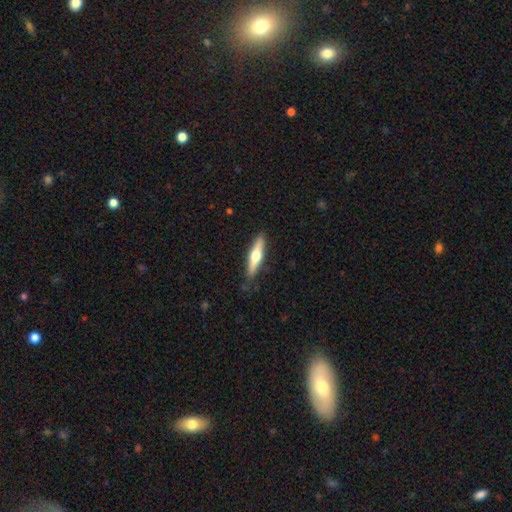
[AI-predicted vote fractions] smooth-or-featured: featured or disk: 51% | smooth: 44% | star or artifact: 5%
  disk-edge-on: yes: 94% | no: 6%
  merging: none: 86% | minor disturbance: 11% | major disturbance: 2% | merger: 1%